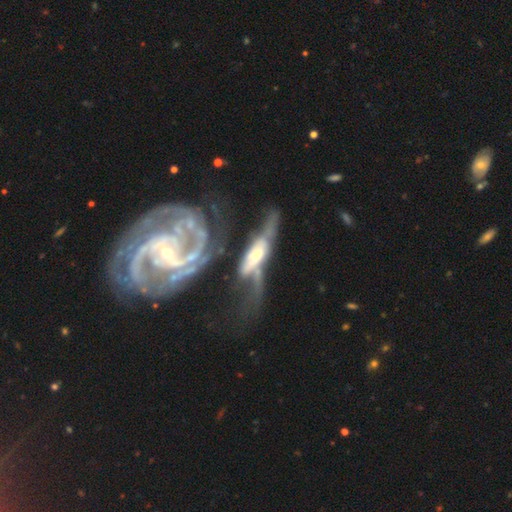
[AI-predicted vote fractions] Smooth or featured?
  - featured or disk: 70% *
  - smooth: 22%
  - star or artifact: 7%
Edge-on disk?
  - no: 53% *
  - yes: 47%
Merging?
  - major disturbance: 34% *
  - merger: 28%
  - none: 22%
  - minor disturbance: 17%